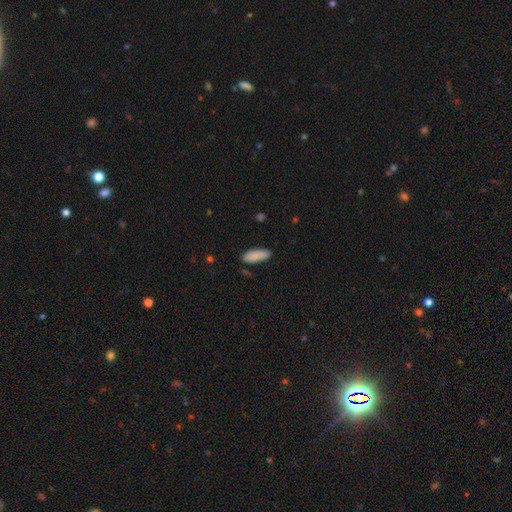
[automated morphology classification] A smooth galaxy with no disk features (89%) that is in between round and cigar-shaped (66%). Merging: none (83%).